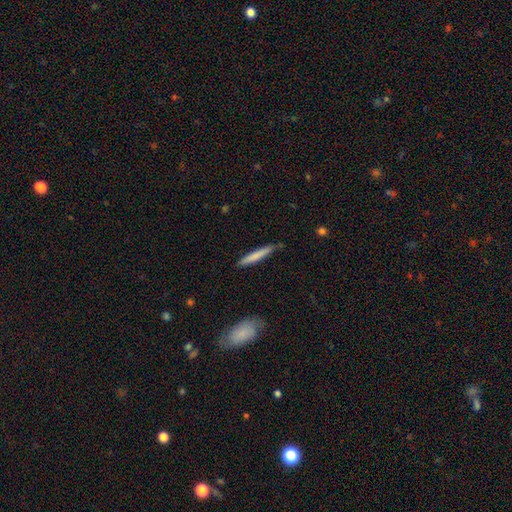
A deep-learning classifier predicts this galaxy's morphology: The model was most divided on "smooth or featured": smooth: 74%, featured or disk: 21%, star or artifact: 5%. More confident: how rounded — cigar-shaped (95%); merging — none (83%).